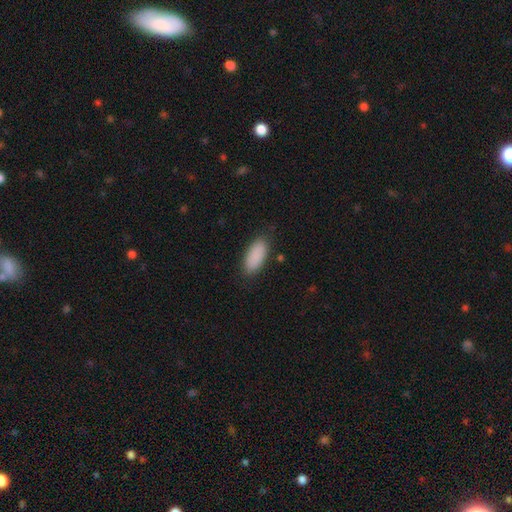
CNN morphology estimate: The model was most divided on "merging": none: 84%, minor disturbance: 12%, major disturbance: 3%, merger: 1%. More confident: smooth or featured — smooth (89%); how rounded — in between (88%).